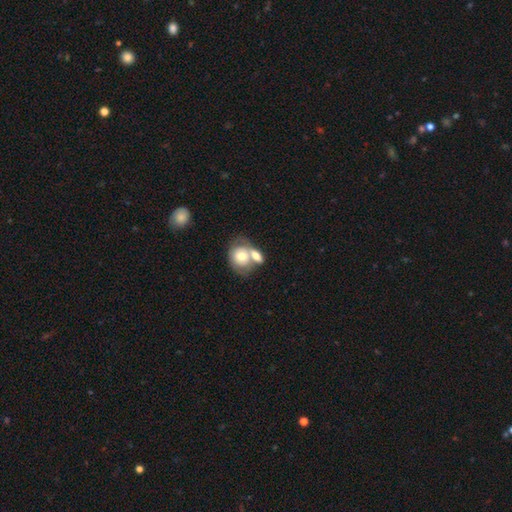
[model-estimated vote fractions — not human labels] Morphology: type=smooth (67%); roundness=in between (56%); merging=merger (64%).